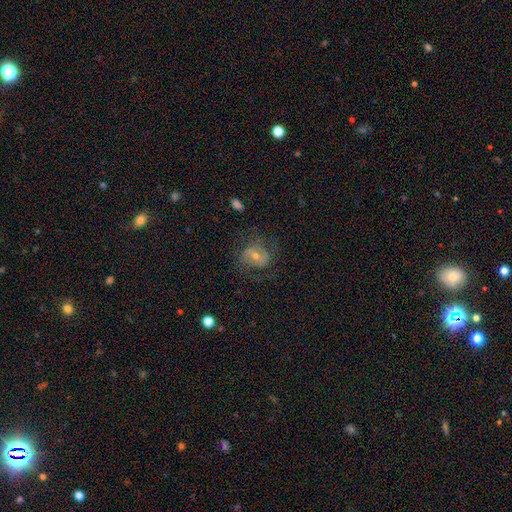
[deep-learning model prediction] This is likely a featured or disk galaxy (68%). It is clearly not viewed edge-on (97%). Bar: possibly no (49%). Spiral arm pattern: clearly yes (84%). Spiral arm count: likely 2 (61%). Spiral winding: possibly medium (46%). Central bulge: possibly small (50%). Merging: likely none (66%).